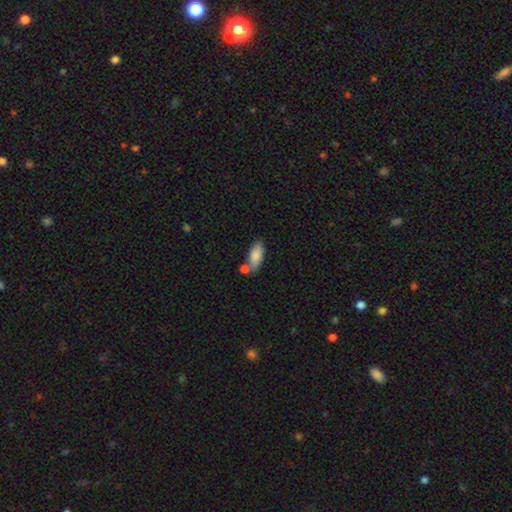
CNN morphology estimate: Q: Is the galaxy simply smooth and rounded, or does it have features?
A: smooth — 83%.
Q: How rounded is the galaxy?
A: in between — 87%.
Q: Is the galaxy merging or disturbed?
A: none — 54%.